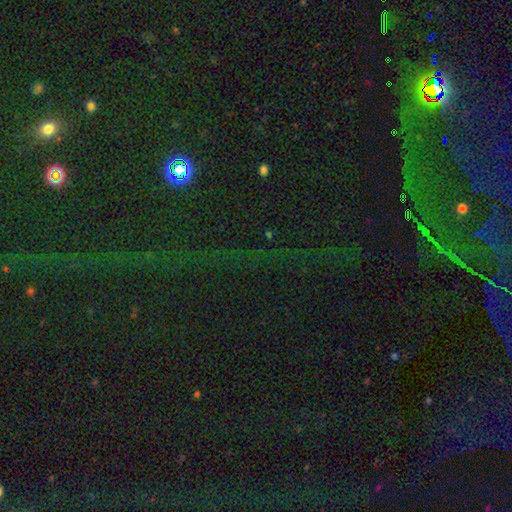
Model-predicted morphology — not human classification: Q: Smooth or featured?
A: star or artifact (80%); runner-up: smooth (11%)